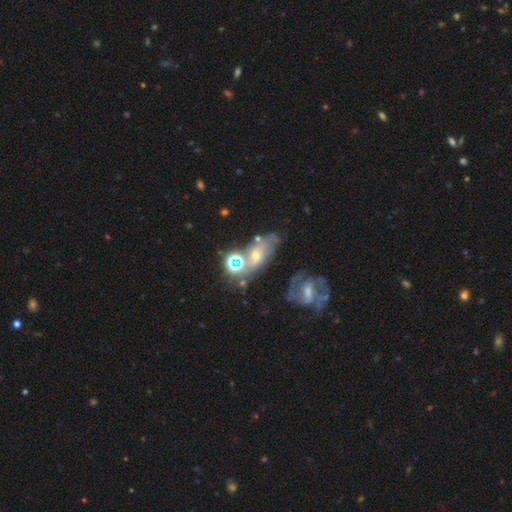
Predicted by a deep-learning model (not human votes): Smooth or featured?
  - featured or disk: 49% *
  - smooth: 27%
  - star or artifact: 24%
Merging?
  - none: 51% *
  - merger: 22%
  - minor disturbance: 17%
  - major disturbance: 10%